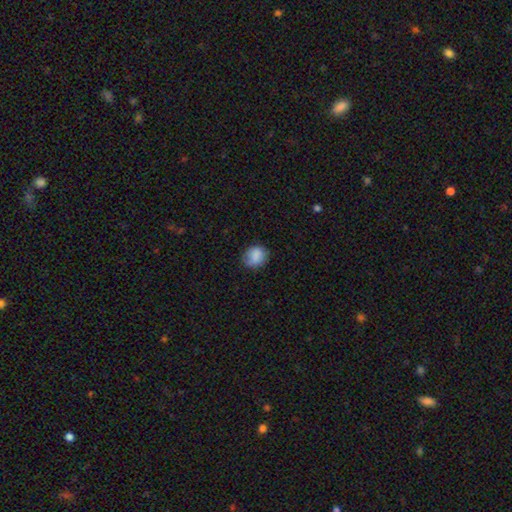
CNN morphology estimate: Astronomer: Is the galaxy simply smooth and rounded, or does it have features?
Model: smooth — 85%.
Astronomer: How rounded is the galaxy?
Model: round — 64%.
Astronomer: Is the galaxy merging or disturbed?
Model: none — 75%.